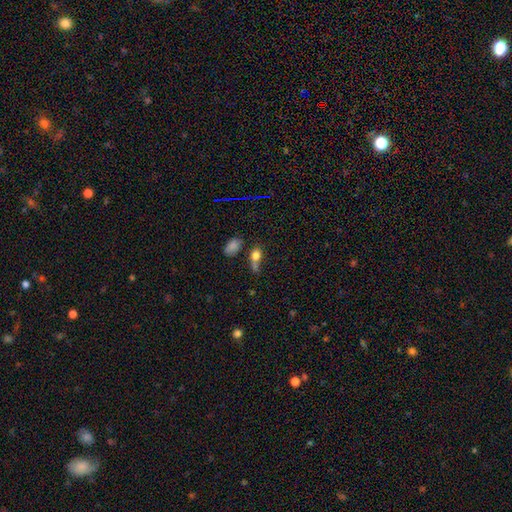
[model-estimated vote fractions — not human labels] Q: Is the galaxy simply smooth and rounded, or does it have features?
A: smooth — 74%.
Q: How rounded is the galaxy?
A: in between — 67%.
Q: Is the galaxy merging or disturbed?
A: none — 35%.